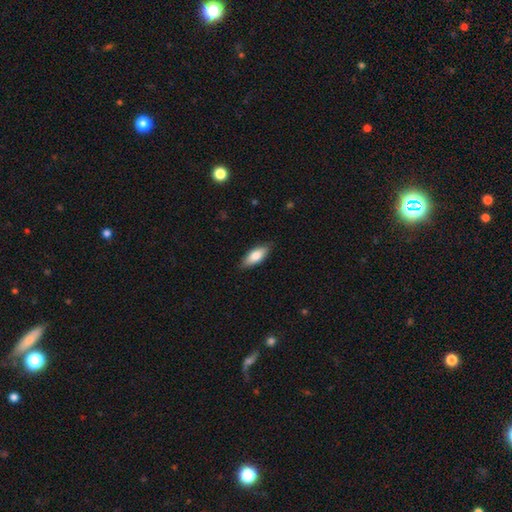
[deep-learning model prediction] Smooth or featured?
  - smooth: 78% *
  - featured or disk: 16%
  - star or artifact: 6%
How rounded?
  - in between: 78% *
  - cigar-shaped: 20%
  - round: 2%
Merging?
  - none: 86% *
  - minor disturbance: 12%
  - major disturbance: 2%
  - merger: 1%